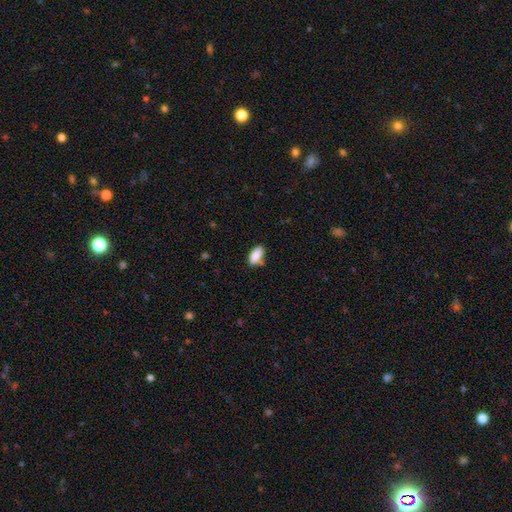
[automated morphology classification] smooth-or-featured: smooth: 87% | star or artifact: 8% | featured or disk: 5%
  how-rounded: in between: 89% | cigar-shaped: 9% | round: 3%
  merging: none: 66% | minor disturbance: 22% | merger: 8% | major disturbance: 4%